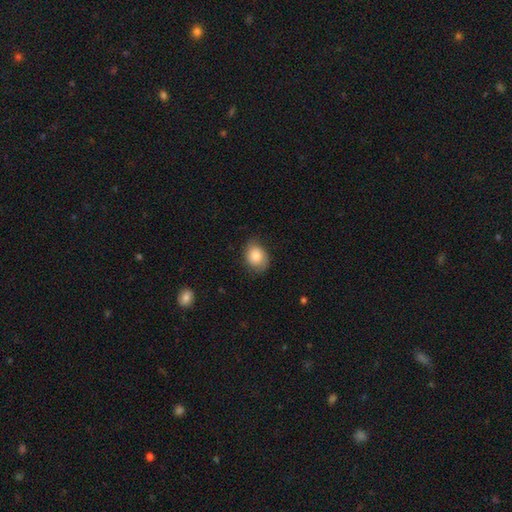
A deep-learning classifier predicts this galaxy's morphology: Smooth or featured?
  - smooth: 75% *
  - featured or disk: 17%
  - star or artifact: 8%
How rounded?
  - in between: 54% *
  - round: 45%
  - cigar-shaped: 1%
Merging?
  - none: 70% *
  - minor disturbance: 23%
  - major disturbance: 6%
  - merger: 1%